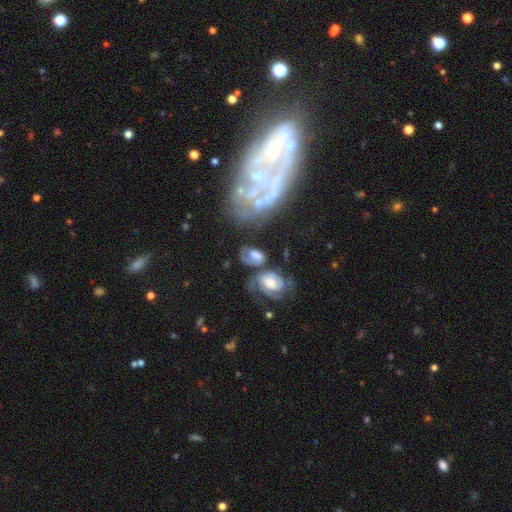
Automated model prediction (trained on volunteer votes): smooth-or-featured: featured or disk: 50% | smooth: 41% | star or artifact: 10%
  merging: none: 32% (tied) | merger: 32% (tied) | minor disturbance: 18% | major disturbance: 18%